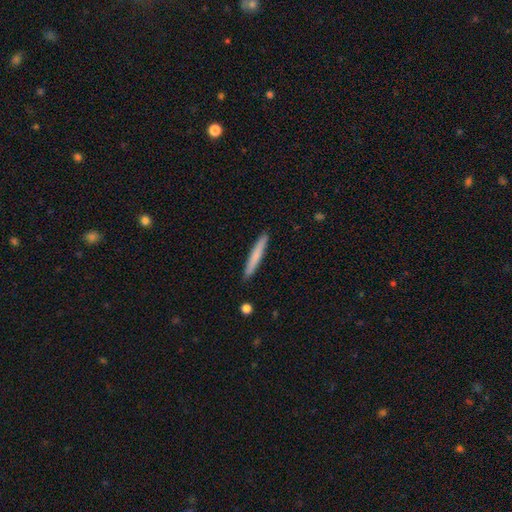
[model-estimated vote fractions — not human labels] Smooth or featured?
  - smooth: 73% *
  - featured or disk: 22%
  - star or artifact: 5%
How rounded?
  - cigar-shaped: 96% *
  - in between: 3%
  - round: 1%
Merging?
  - none: 91% *
  - minor disturbance: 6%
  - major disturbance: 1%
  - merger: 1%